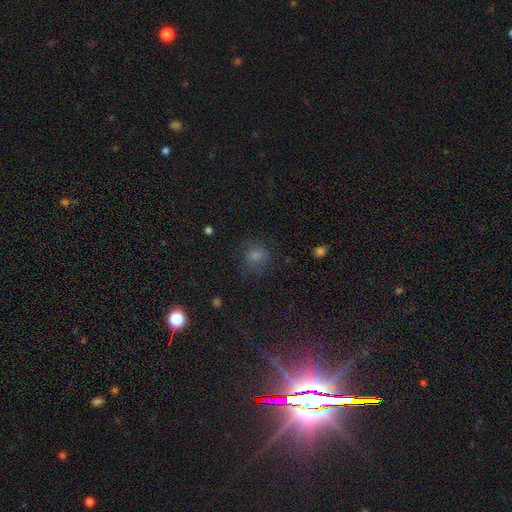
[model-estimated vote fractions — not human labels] Smooth or featured: smooth — 53% (star or artifact — 34%)
How rounded: round — 82% (in between — 17%)
Merging: none — 75% (minor disturbance — 15%)